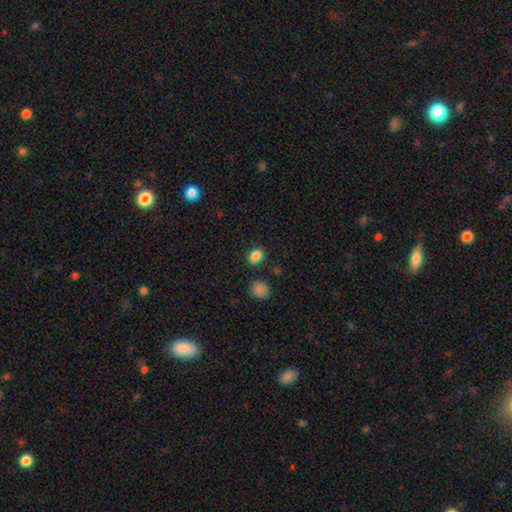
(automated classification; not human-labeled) Smooth or featured? Predicted: smooth (p=0.86). How rounded? Predicted: in between (p=0.55). Merging? Predicted: none (p=0.85).